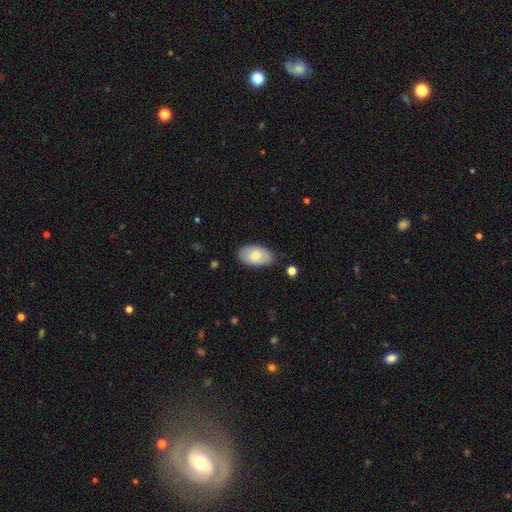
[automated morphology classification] Smooth or featured? smooth (72%)
How rounded? in between (94%)
Merging? none (81%)